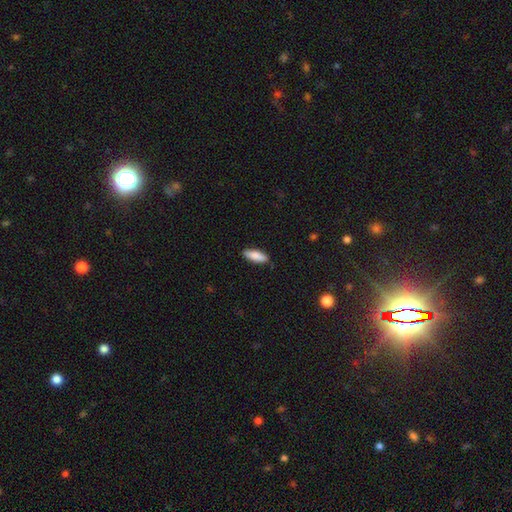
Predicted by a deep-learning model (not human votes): Smooth or featured: smooth — 85% (featured or disk — 9%)
How rounded: in between — 62% (cigar-shaped — 36%)
Merging: none — 87% (minor disturbance — 10%)